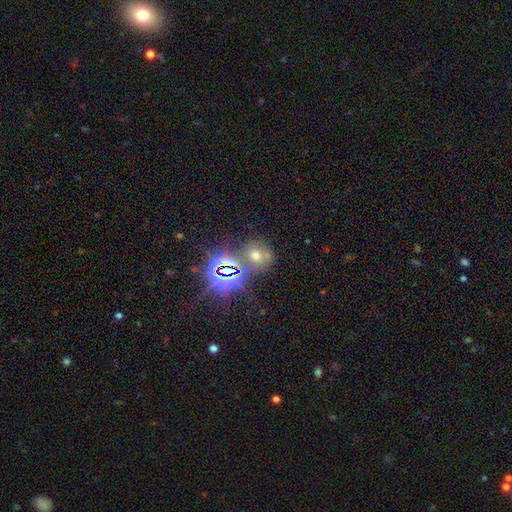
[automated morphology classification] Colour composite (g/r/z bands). It shows a star or artifact, not a galaxy (49%).